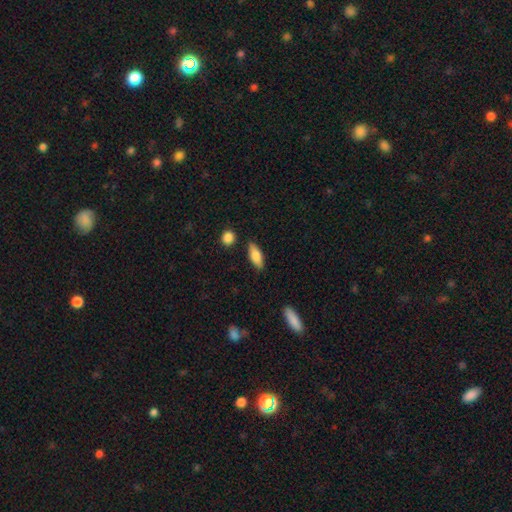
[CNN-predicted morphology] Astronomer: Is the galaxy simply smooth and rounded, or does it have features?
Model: smooth — 81%.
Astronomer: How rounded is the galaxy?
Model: in between — 74%.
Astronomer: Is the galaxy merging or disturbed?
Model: none — 84%.